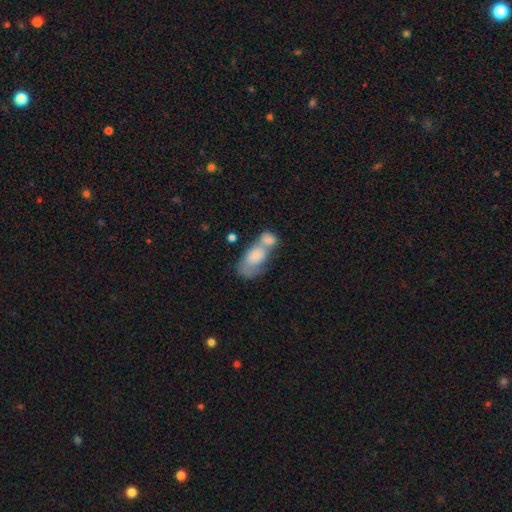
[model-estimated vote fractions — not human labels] smooth 69%, featured or disk 24%, star or artifact 7%. Down the decision tree: how rounded — in between (89%); merging — merger (67%).